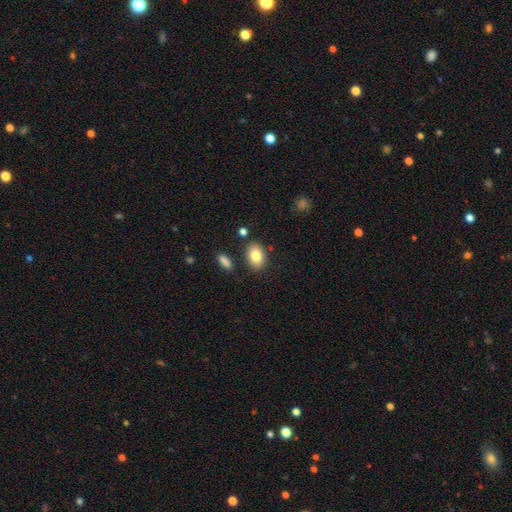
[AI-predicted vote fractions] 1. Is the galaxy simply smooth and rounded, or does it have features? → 83% smooth, 9% featured or disk, 8% star or artifact.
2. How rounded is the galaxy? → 82% in between, 17% round, 1% cigar-shaped.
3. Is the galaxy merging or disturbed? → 83% none, 10% minor disturbance, 5% merger, 3% major disturbance.